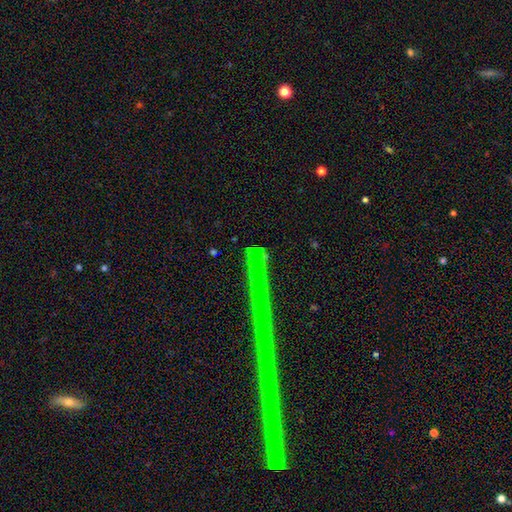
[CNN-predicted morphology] A star or artifact, not a galaxy (67%).